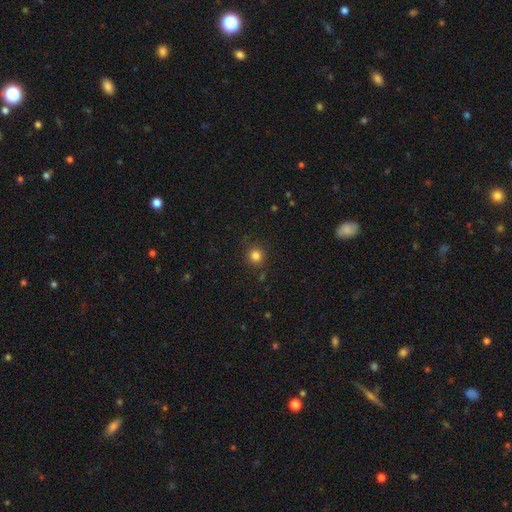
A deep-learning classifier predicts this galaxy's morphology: This appears to be a smooth galaxy with no disk features (82%) that is round (93%). Merging: none (88%).